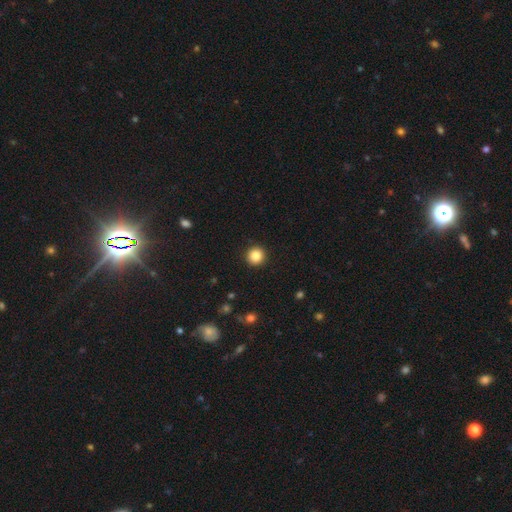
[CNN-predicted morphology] type=smooth (86%); roundness=round (95%); merging=none (93%).